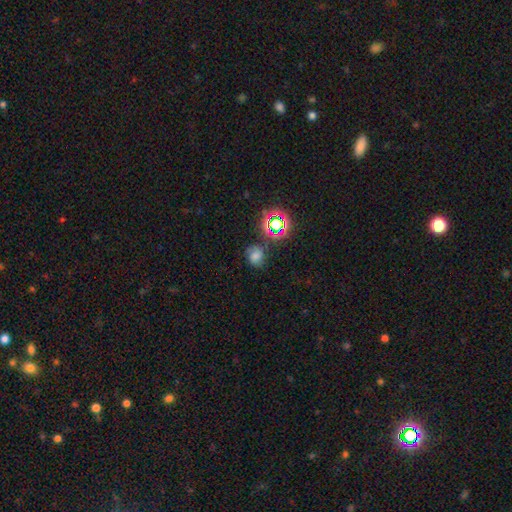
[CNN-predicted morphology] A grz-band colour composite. It shows a smooth galaxy with no disk features (48%). Merging: none (64%).